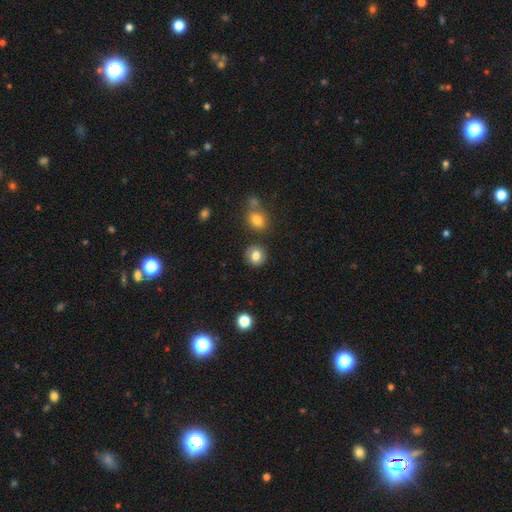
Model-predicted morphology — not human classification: Smooth or featured?
  - smooth: 81% *
  - star or artifact: 10%
  - featured or disk: 9%
How rounded?
  - round: 86% *
  - in between: 13%
  - cigar-shaped: 1%
Merging?
  - none: 85% *
  - minor disturbance: 8%
  - merger: 4%
  - major disturbance: 2%